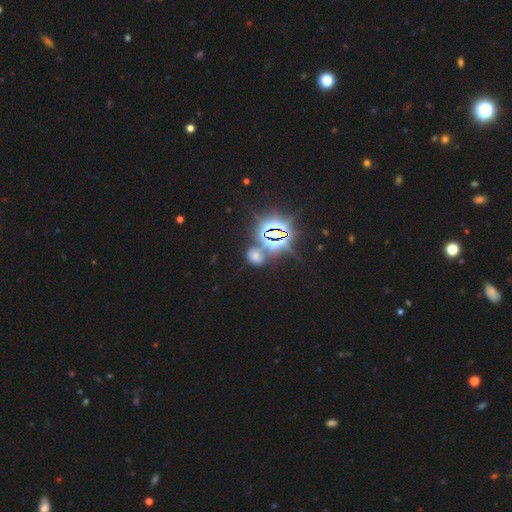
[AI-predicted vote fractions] Smooth or featured? Predicted: star or artifact (p=0.55).